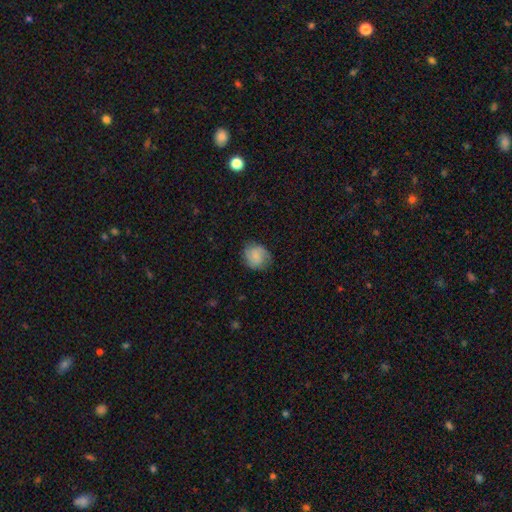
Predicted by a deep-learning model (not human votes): Smooth or featured: smooth — 58% (featured or disk — 34%)
How rounded: round — 72% (in between — 27%)
Merging: none — 78% (minor disturbance — 16%)